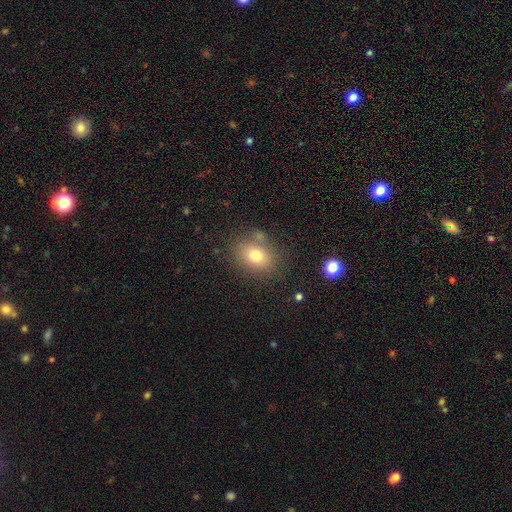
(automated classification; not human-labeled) Overall: smooth (74%). How rounded: in between (54%; round 45%). Merging: none (75%).